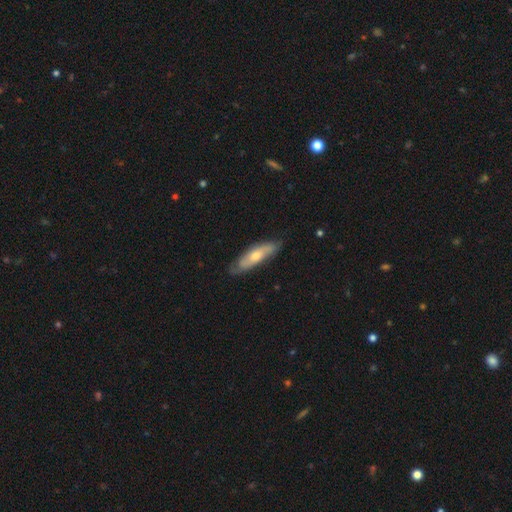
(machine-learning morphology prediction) Smooth or featured: featured or disk — 48% (smooth — 46%)
Merging: none — 78% (minor disturbance — 18%)